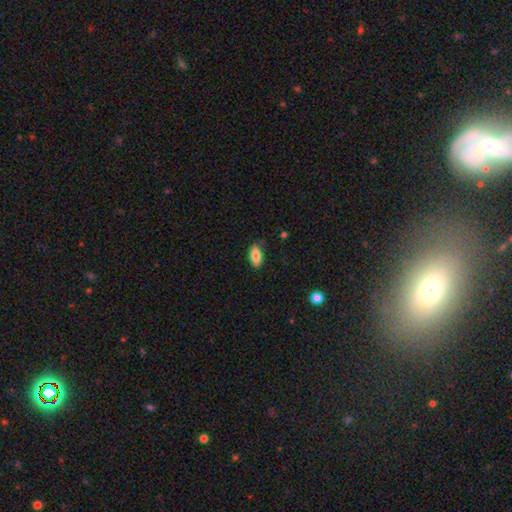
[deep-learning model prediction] smooth_or_featured: smooth (p=0.83) [alt: featured or disk p=0.10]
how_rounded: in between (p=0.87) [alt: cigar-shaped p=0.10]
merging: none (p=0.83) [alt: minor disturbance p=0.14]